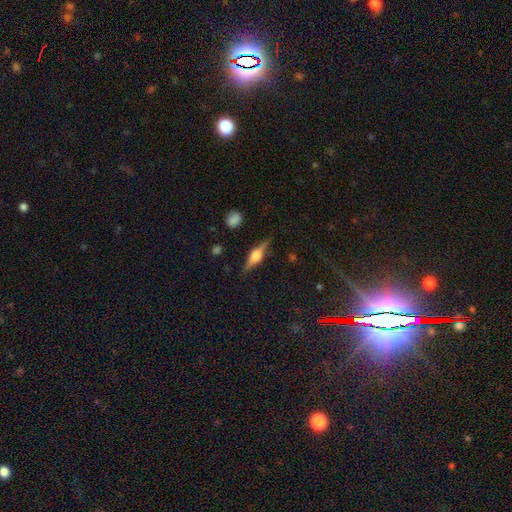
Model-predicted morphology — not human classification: Q: Smooth or featured?
A: featured or disk (68%); runner-up: smooth (25%)
Q: Edge-on disk?
A: yes (97%); runner-up: no (3%)
Q: Edge-on bulge?
A: rounded (87%); runner-up: boxy (11%)
Q: Merging?
A: none (86%); runner-up: minor disturbance (10%)